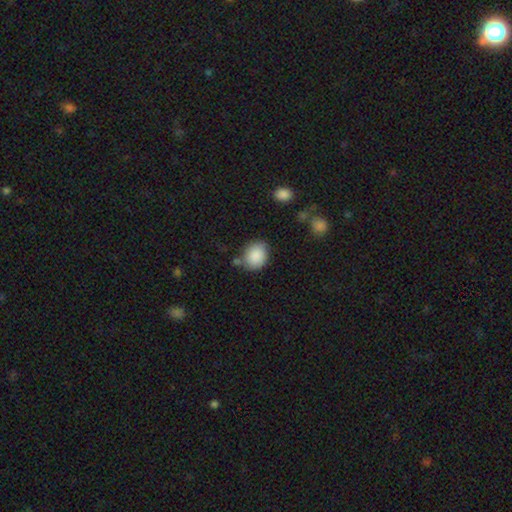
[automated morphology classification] type=smooth (87%); roundness=round (54%); merging=none (69%).